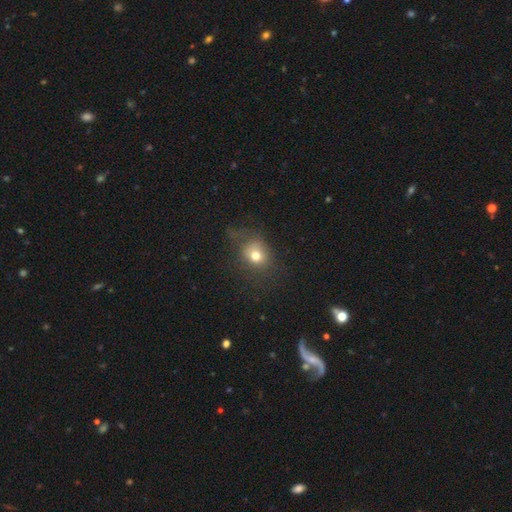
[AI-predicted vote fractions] smooth 73%, star or artifact 15%, featured or disk 12%. Down the decision tree: how rounded — round (66%); merging — none (56%).